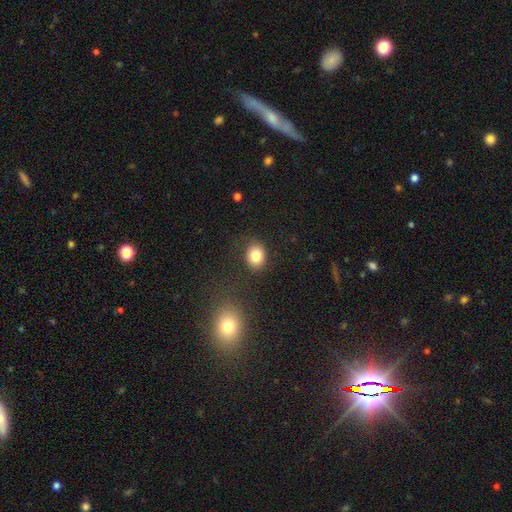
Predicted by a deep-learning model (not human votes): Smooth or featured?
  - smooth: 82% *
  - star or artifact: 10%
  - featured or disk: 8%
How rounded?
  - round: 58% *
  - in between: 41%
  - cigar-shaped: 1%
Merging?
  - none: 80% *
  - minor disturbance: 13%
  - major disturbance: 4%
  - merger: 3%